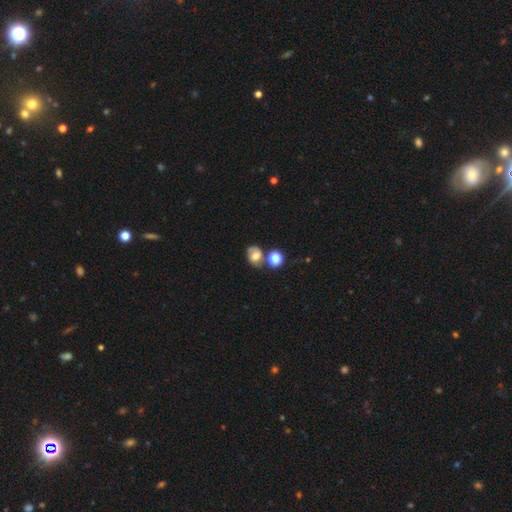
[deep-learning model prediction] A smooth galaxy with no disk features (49%). Merging: none (55%).